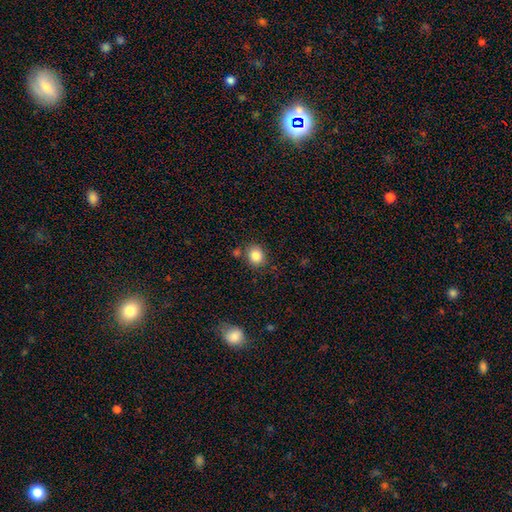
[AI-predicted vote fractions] Morphology: type=smooth (85%); roundness=round (73%); merging=none (79%).